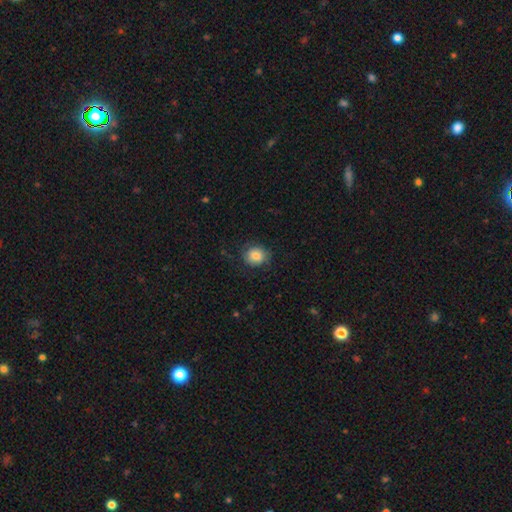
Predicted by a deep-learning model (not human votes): Smooth or featured? smooth (81%)
How rounded? round (72%)
Merging? none (76%)